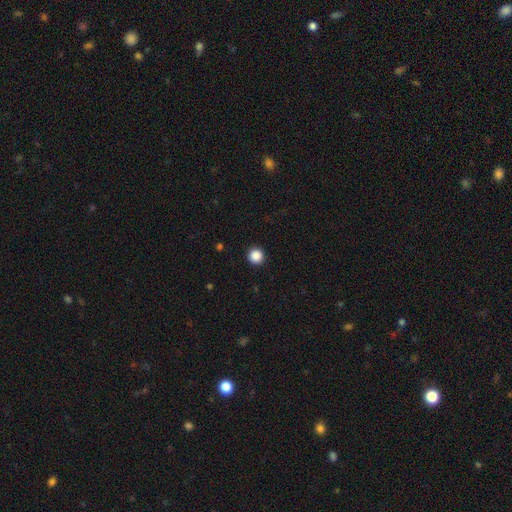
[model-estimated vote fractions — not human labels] smooth 88%, star or artifact 10%, featured or disk 2%. Down the decision tree: how rounded — round (96%); merging — none (93%).